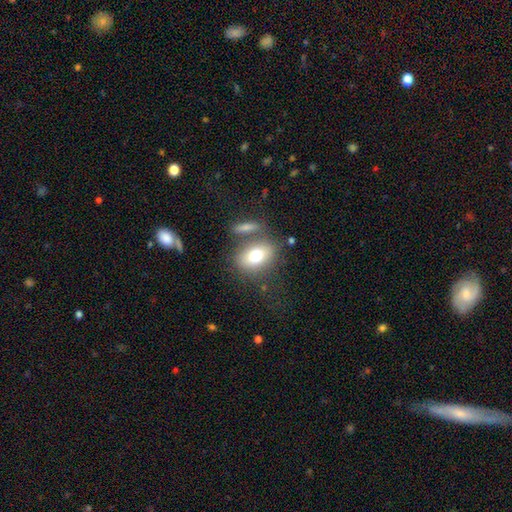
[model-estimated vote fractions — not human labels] Smooth or featured: smooth — 73% (featured or disk — 18%)
How rounded: in between — 67% (round — 31%)
Merging: none — 63% (merger — 17%)